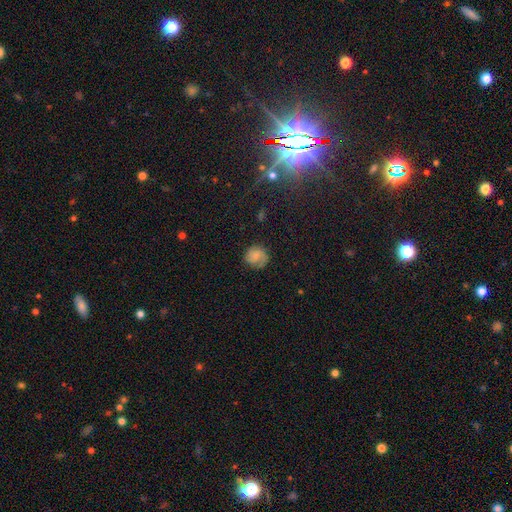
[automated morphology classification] Q: Smooth or featured?
A: smooth (57%); runner-up: featured or disk (33%)
Q: How rounded?
A: round (82%); runner-up: in between (17%)
Q: Merging?
A: none (67%); runner-up: minor disturbance (22%)